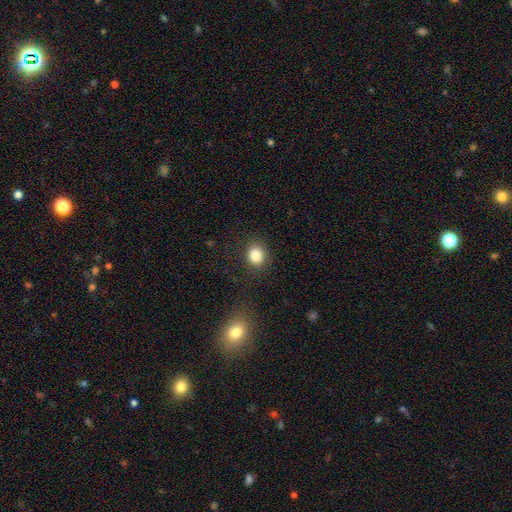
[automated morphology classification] Smooth or featured? smooth (84%)
How rounded? round (73%)
Merging? none (84%)